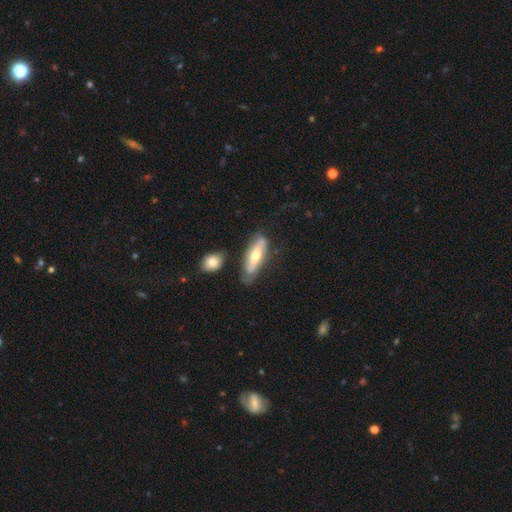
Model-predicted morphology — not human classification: Smooth or featured?
  - featured or disk: 51% *
  - smooth: 42%
  - star or artifact: 6%
Edge-on disk?
  - no: 58% *
  - yes: 42%
Merging?
  - none: 63% *
  - minor disturbance: 23%
  - major disturbance: 8%
  - merger: 6%